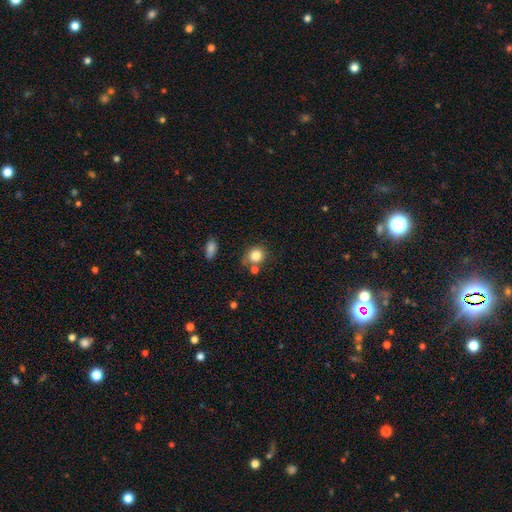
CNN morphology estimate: smooth_or_featured: smooth (p=0.83) [alt: star or artifact p=0.10]
how_rounded: round (p=0.72) [alt: in between p=0.27]
merging: none (p=0.63) [alt: minor disturbance p=0.16]